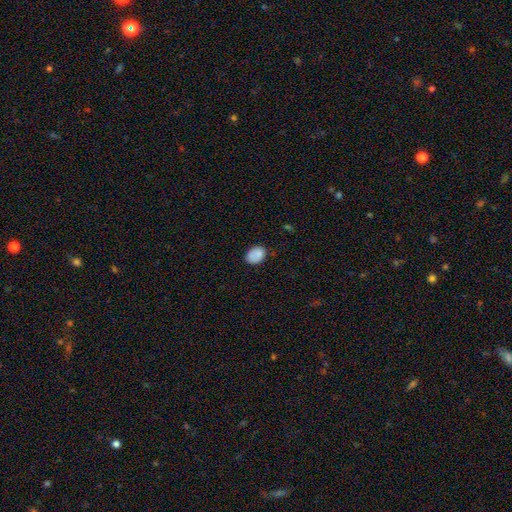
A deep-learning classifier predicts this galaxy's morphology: type=smooth (84%); roundness=in between (67%); merging=none (72%).